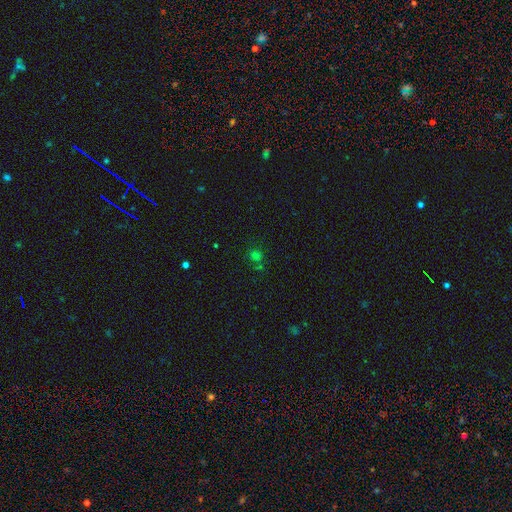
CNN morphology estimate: Smooth or featured? Predicted: smooth (p=0.54). How rounded? Predicted: round (p=0.81). Merging? Predicted: none (p=0.67).